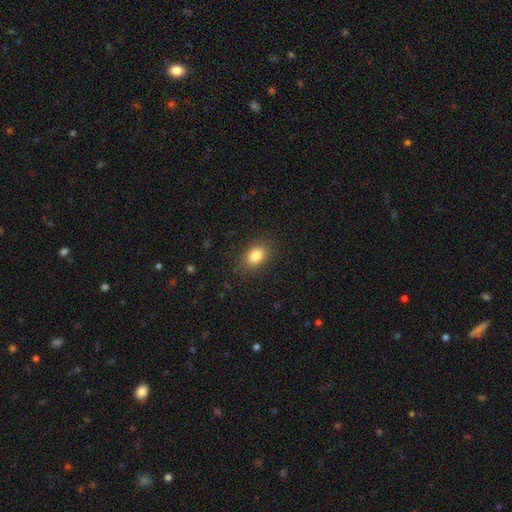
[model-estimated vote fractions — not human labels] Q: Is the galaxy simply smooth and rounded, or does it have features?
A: smooth — 84%.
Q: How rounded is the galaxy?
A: in between — 74%.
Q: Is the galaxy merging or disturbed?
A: none — 85%.